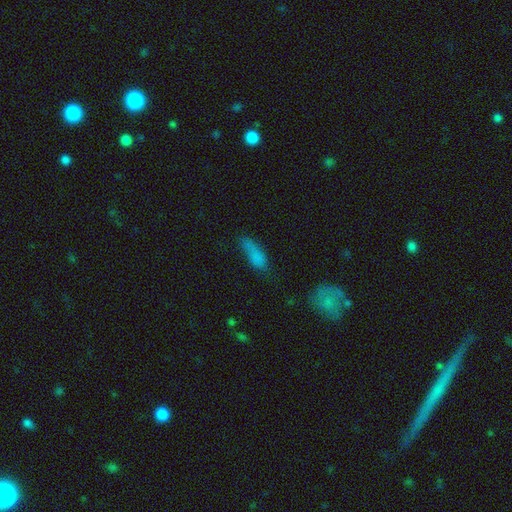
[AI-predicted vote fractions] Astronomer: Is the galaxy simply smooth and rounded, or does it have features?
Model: smooth — 76%.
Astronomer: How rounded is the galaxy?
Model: in between — 54% (runner-up: cigar-shaped, 42%).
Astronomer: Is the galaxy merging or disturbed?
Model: none — 47% (runner-up: minor disturbance, 30%).